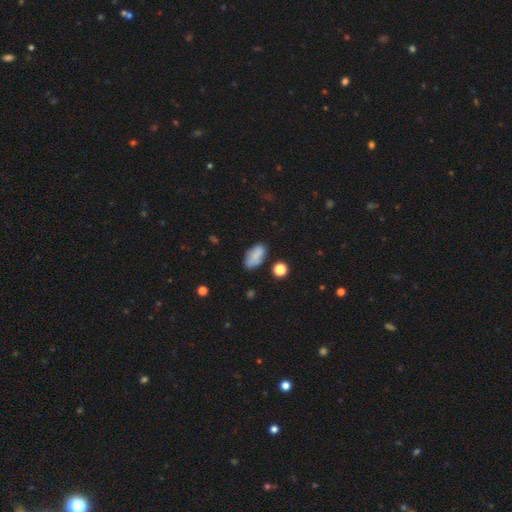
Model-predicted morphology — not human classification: smooth 77%, featured or disk 14%, star or artifact 9%. Down the decision tree: how rounded — in between (91%); merging — none (67%).